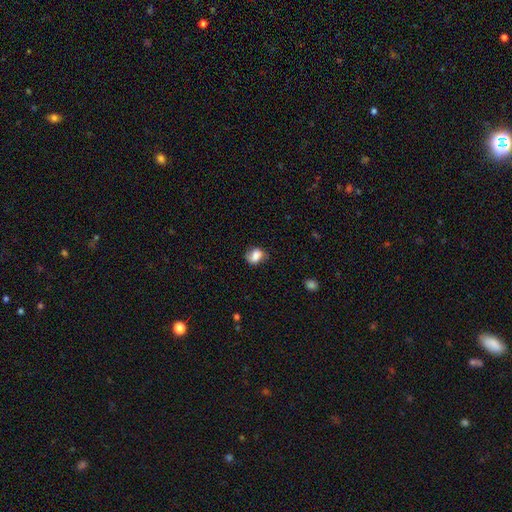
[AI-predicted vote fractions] Smooth or featured? smooth (72%)
How rounded? in between (58%)
Merging? none (63%)